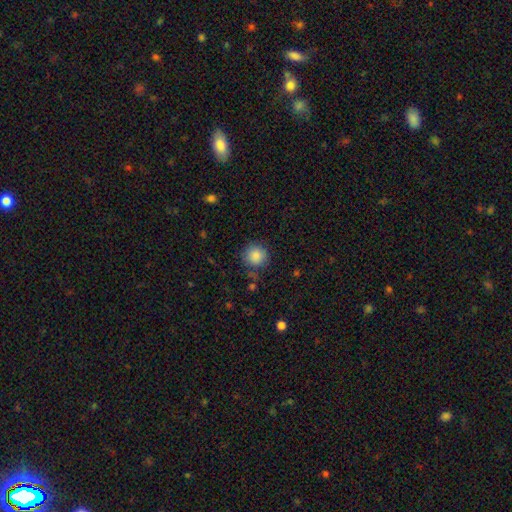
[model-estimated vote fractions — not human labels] Smooth or featured? smooth (87%)
How rounded? round (93%)
Merging? none (84%)